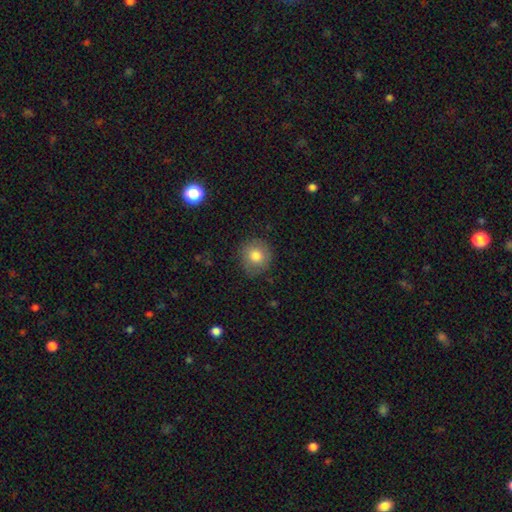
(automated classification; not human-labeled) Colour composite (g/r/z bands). It shows a smooth galaxy with no disk features (79%) that is round (89%). Merging: none (81%).